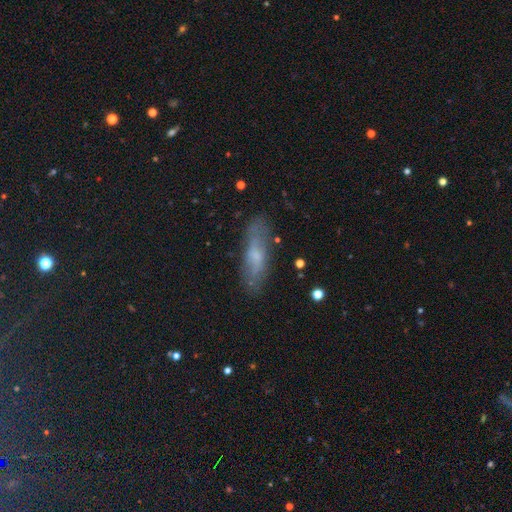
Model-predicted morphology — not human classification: A smooth galaxy with no disk features (52%) that is cigar-shaped (57%).

Vote fractions:
- Smooth or featured? smooth: 52% / featured or disk: 39% / star or artifact: 9%
- How rounded? cigar-shaped: 57% / in between: 40% / round: 2%
- Merging? none: 73% / minor disturbance: 18% / major disturbance: 6% / merger: 2%